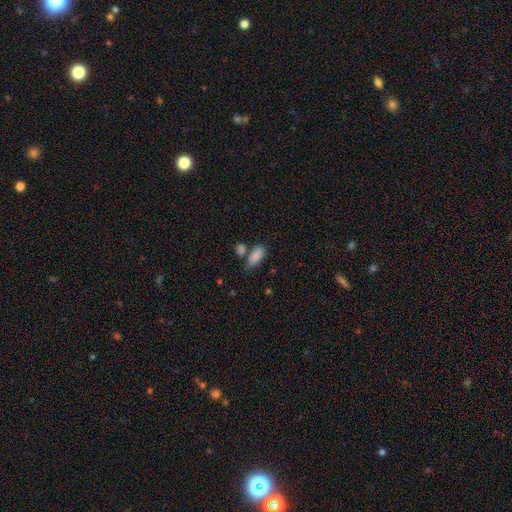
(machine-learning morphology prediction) smooth-or-featured: smooth: 87% | star or artifact: 7% | featured or disk: 6%
  how-rounded: in between: 80% | cigar-shaped: 16% | round: 3%
  merging: none: 56% | merger: 22% | minor disturbance: 16% | major disturbance: 5%